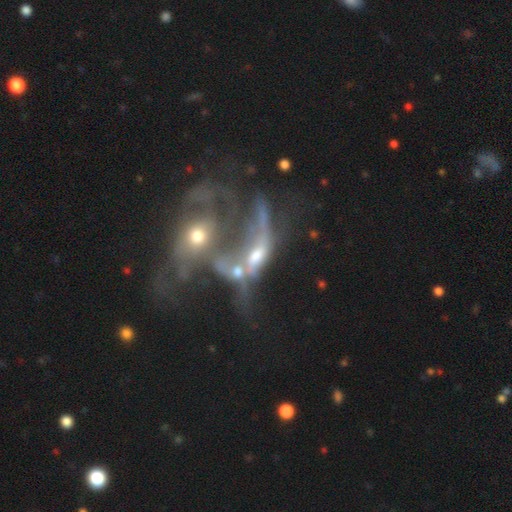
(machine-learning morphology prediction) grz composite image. It shows a featured or disk galaxy (73%) with no bar (69%), spiral arms (56%) and a moderate central bulge (49%). Merging: merger (76%).